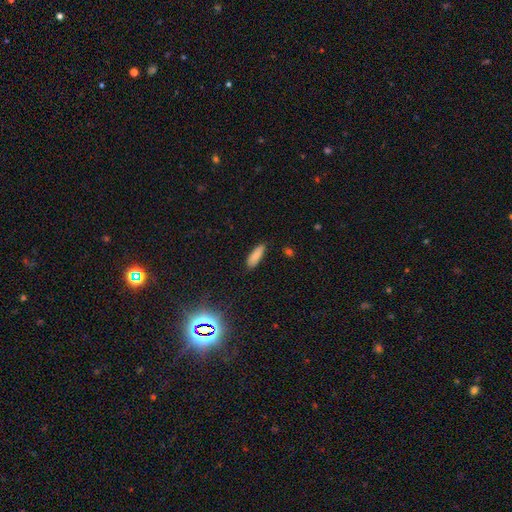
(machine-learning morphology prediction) smooth 83%, star or artifact 9%, featured or disk 8%. Down the decision tree: how rounded — in between (56%); merging — none (82%).